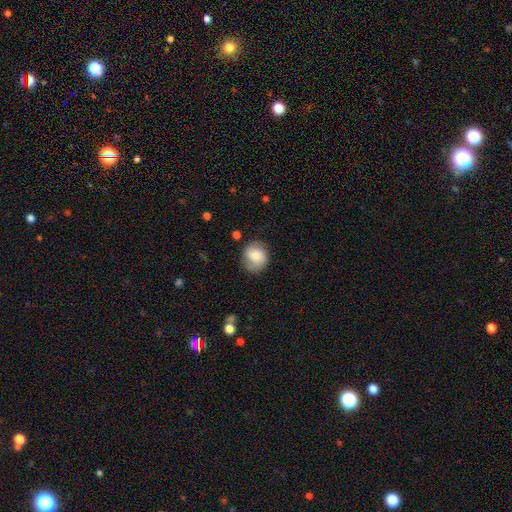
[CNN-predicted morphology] Smooth or featured?
  - smooth: 74% *
  - featured or disk: 18%
  - star or artifact: 8%
How rounded?
  - round: 75% *
  - in between: 24%
  - cigar-shaped: 1%
Merging?
  - none: 71% *
  - minor disturbance: 21%
  - major disturbance: 6%
  - merger: 2%